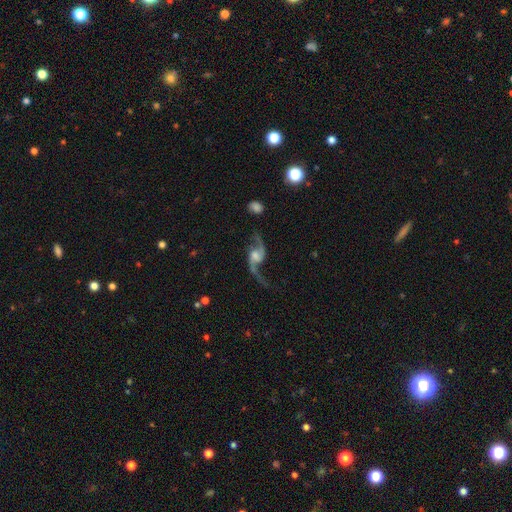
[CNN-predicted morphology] Smooth or featured? featured or disk (89%)
Edge-on disk? no (96%)
Bar? no (55%)
Spiral arms? yes (97%)
Spiral winding? loose (85%)
Spiral arm count? 2 (92%)
Bulge size? moderate (44%)
Merging? none (60%)